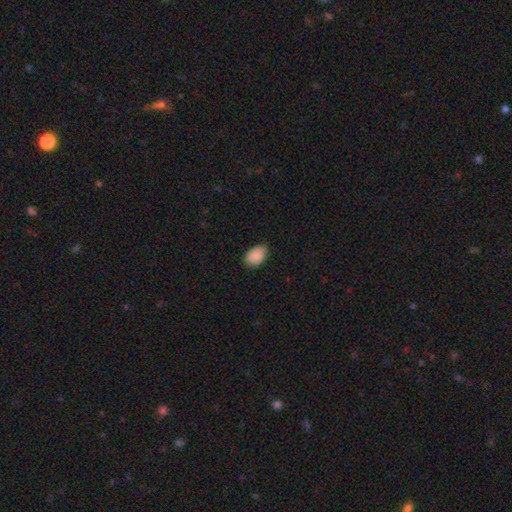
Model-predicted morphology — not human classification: This is clearly a smooth galaxy (89%). How rounded: clearly in between (86%). Merging: likely none (75%).